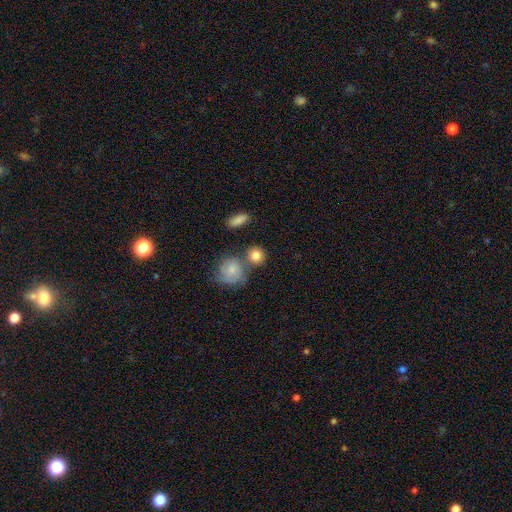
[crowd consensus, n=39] Smooth or featured: smooth — 87% (featured or disk — 10%)
How rounded: round — 82% (in between — 18%)
Merging: none — 53% (merger — 32%)